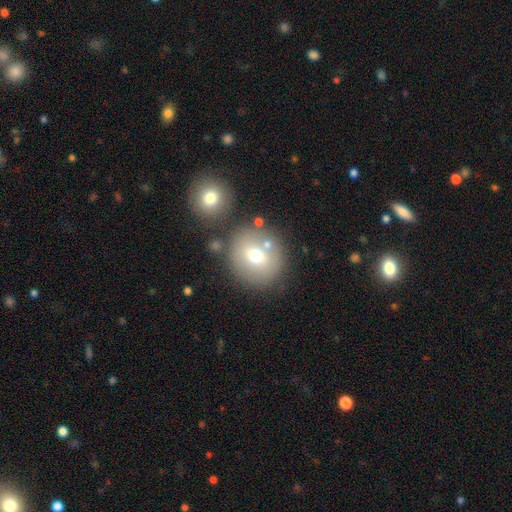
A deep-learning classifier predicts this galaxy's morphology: The model was most divided on "smooth or featured": smooth: 66%, featured or disk: 22%, star or artifact: 12%. More confident: how rounded — round (89%); merging — none (74%).